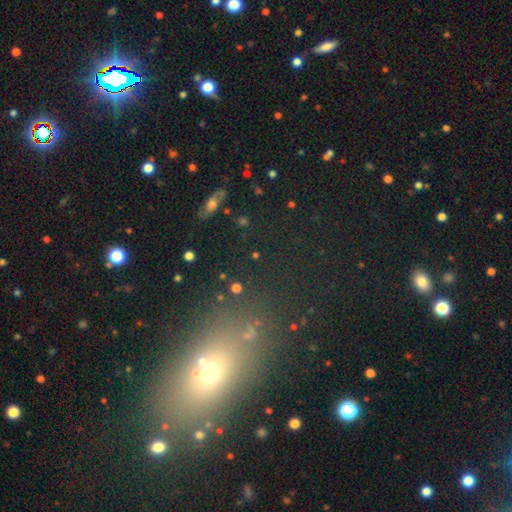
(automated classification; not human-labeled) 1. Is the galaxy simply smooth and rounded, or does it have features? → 41% star or artifact (tied), 41% smooth (tied), 18% featured or disk.